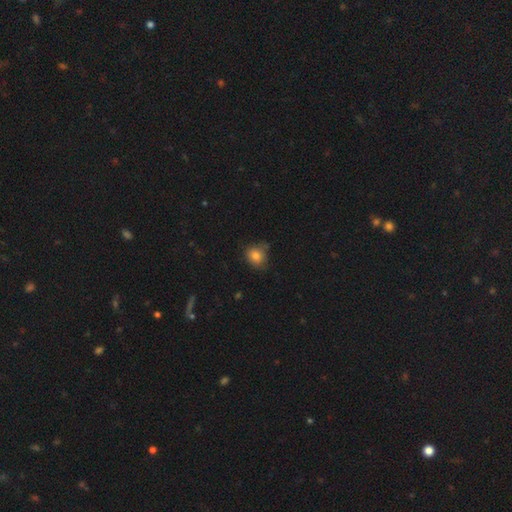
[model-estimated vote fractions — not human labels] Q: Smooth or featured?
A: smooth (82%); runner-up: star or artifact (11%)
Q: How rounded?
A: round (71%); runner-up: in between (28%)
Q: Merging?
A: none (68%); runner-up: minor disturbance (24%)